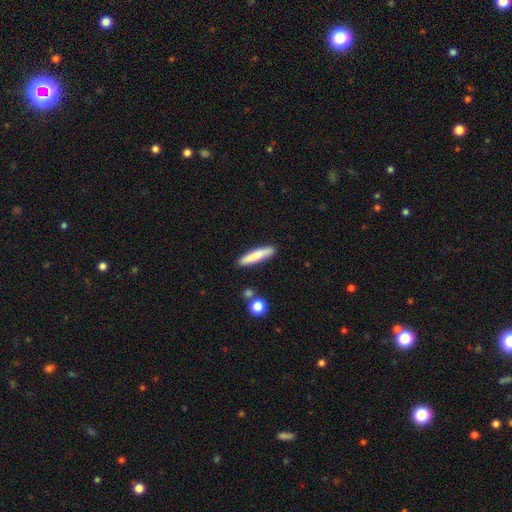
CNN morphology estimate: This appears to be a smooth galaxy with no disk features (79%) that is cigar-shaped (88%). Merging: none (88%).